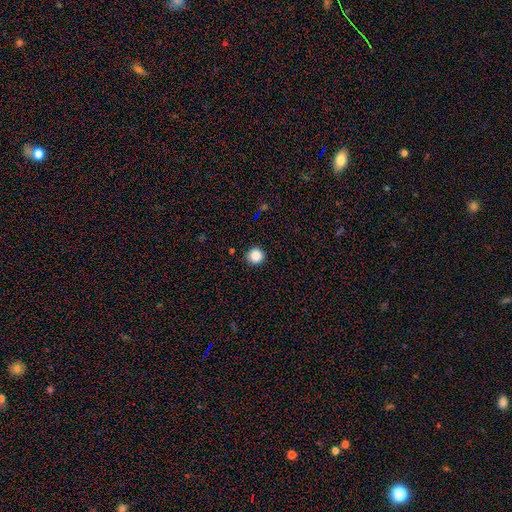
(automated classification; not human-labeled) Smooth or featured? smooth (86%)
How rounded? round (95%)
Merging? none (91%)